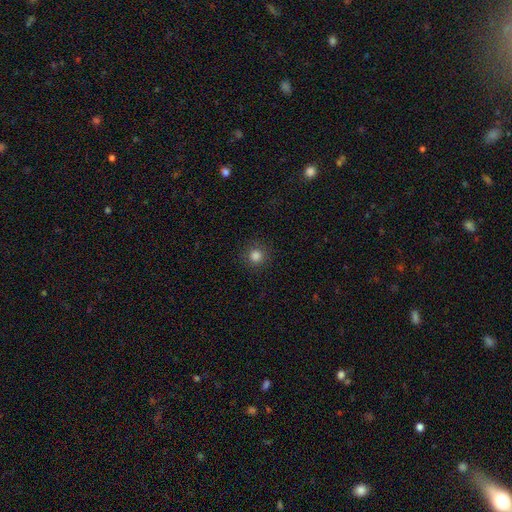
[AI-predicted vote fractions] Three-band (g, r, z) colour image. It shows a smooth galaxy with no disk features (83%) that is round (94%). Merging: none (89%).